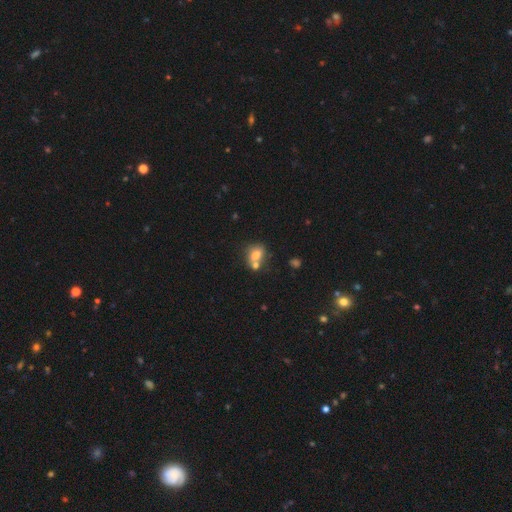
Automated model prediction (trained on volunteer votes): Smooth or featured? smooth (71%)
How rounded? in between (60%)
Merging? merger (44%)